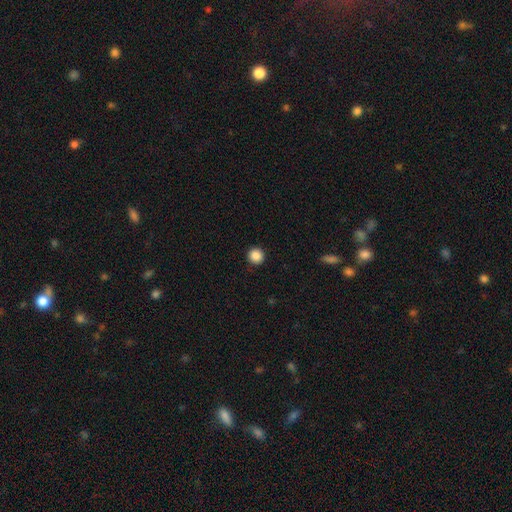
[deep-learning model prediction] smooth_or_featured: smooth (p=0.88) [alt: star or artifact p=0.10]
how_rounded: round (p=0.95) [alt: in between p=0.04]
merging: none (p=0.93) [alt: minor disturbance p=0.05]